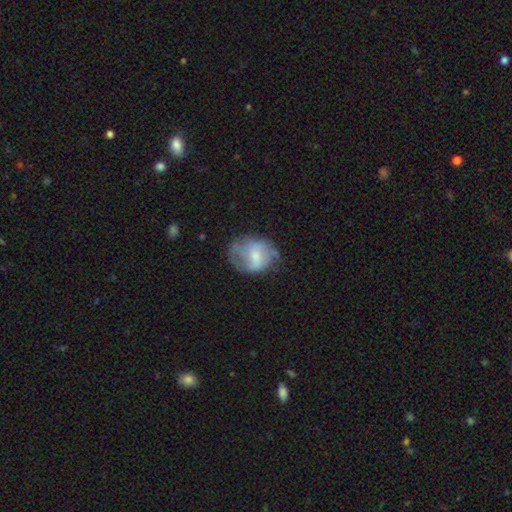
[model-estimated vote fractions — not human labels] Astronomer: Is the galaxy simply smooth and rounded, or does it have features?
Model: featured or disk — 51% (runner-up: smooth, 41%).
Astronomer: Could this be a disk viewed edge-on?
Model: no — 97%.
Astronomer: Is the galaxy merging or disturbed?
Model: none — 50% (runner-up: minor disturbance, 27%).